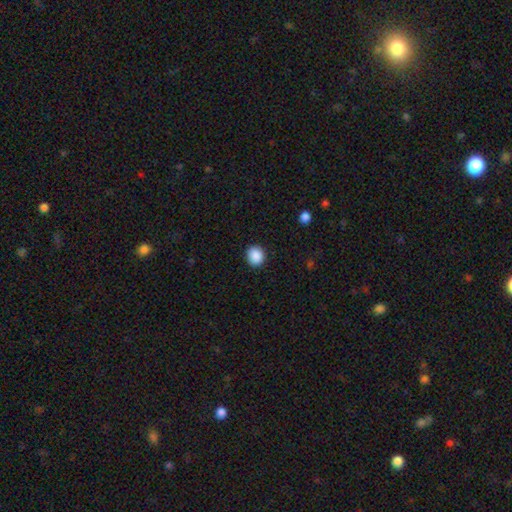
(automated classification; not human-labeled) The model was most divided on "how rounded": round: 78%, in between: 21%, cigar-shaped: 1%. More confident: merging — none (90%); smooth or featured — smooth (89%).